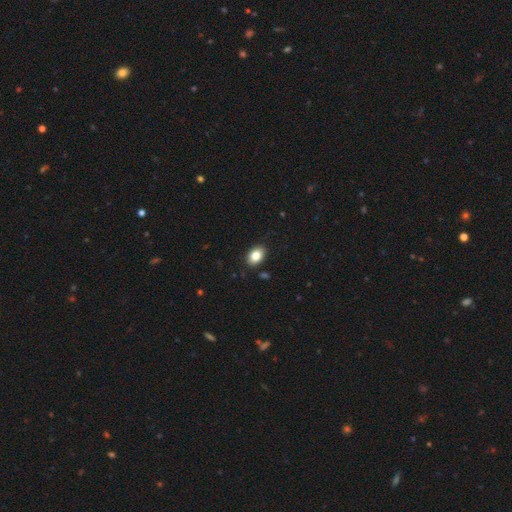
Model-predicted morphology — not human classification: smooth_or_featured: smooth (p=0.84) [alt: star or artifact p=0.09]
how_rounded: in between (p=0.83) [alt: round p=0.16]
merging: none (p=0.88) [alt: minor disturbance p=0.08]